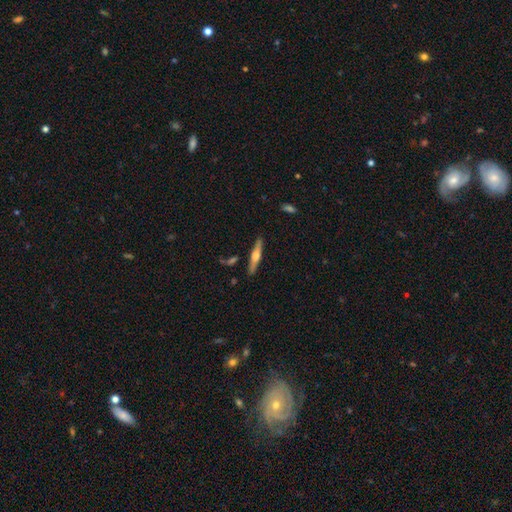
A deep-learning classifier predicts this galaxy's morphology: type=featured or disk (64%); edge-on=yes (97%); edge-on bulge=rounded (90%); merging=none (87%).